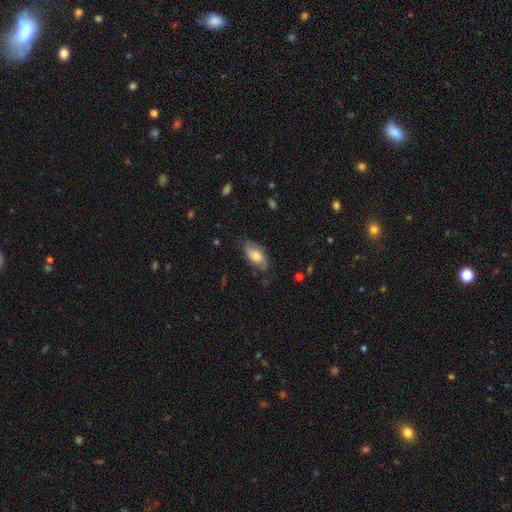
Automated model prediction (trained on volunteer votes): smooth-or-featured: smooth: 52% | featured or disk: 40% | star or artifact: 7%
  how-rounded: in between: 91% | cigar-shaped: 5% | round: 4%
  merging: none: 69% | minor disturbance: 22% | major disturbance: 7% | merger: 1%